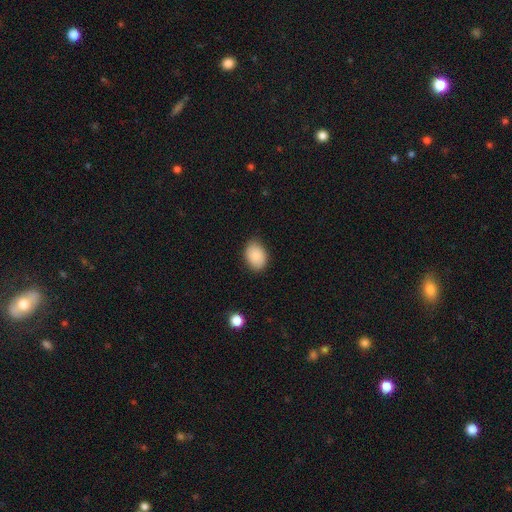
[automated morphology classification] Q: Smooth or featured?
A: smooth (87%); runner-up: star or artifact (7%)
Q: How rounded?
A: in between (80%); runner-up: round (19%)
Q: Merging?
A: none (80%); runner-up: minor disturbance (16%)